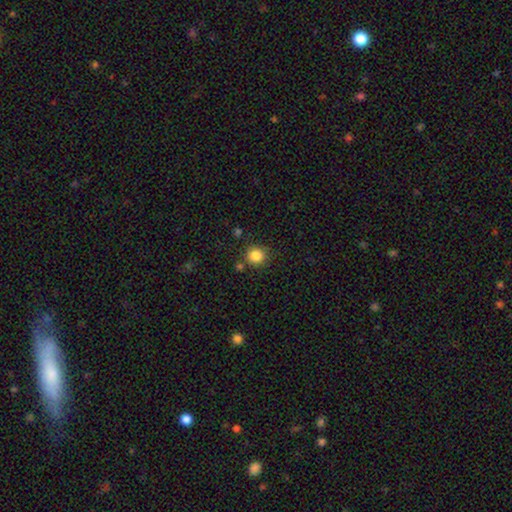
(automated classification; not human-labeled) smooth-or-featured: smooth: 85% | star or artifact: 11% | featured or disk: 4%
  how-rounded: round: 90% | in between: 9% | cigar-shaped: 1%
  merging: none: 82% | minor disturbance: 9% | merger: 6% | major disturbance: 3%